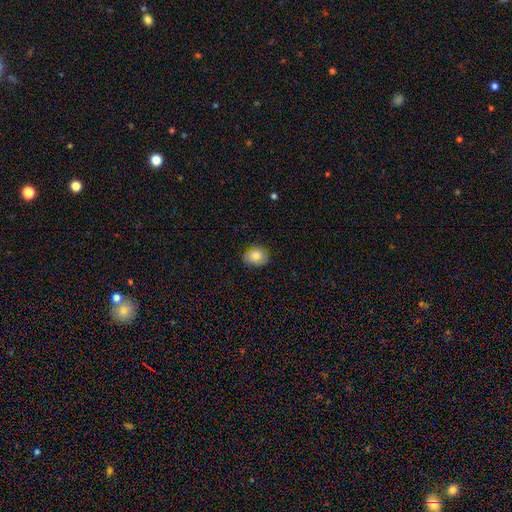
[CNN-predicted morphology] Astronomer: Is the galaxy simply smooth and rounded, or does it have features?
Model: smooth — 84%.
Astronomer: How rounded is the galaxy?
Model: in between — 54% (runner-up: round, 45%).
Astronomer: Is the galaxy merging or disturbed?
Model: none — 79%.